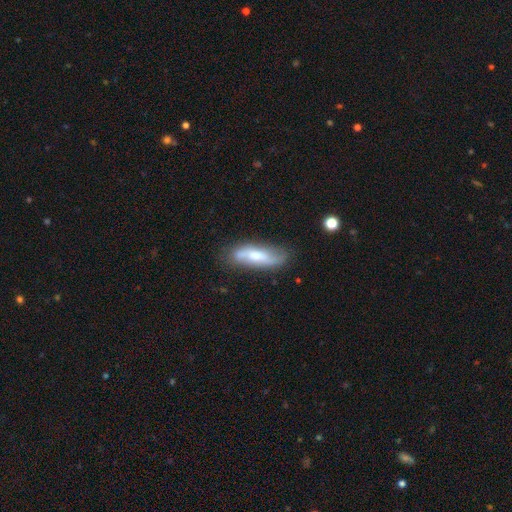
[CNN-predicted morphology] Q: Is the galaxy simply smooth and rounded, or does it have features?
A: featured or disk — 47%.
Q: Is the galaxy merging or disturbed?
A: none — 67%.